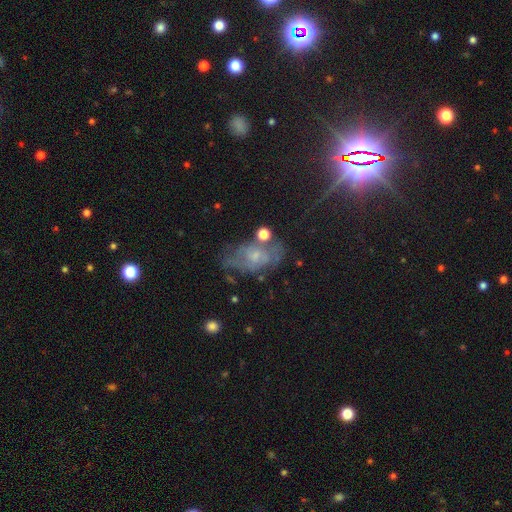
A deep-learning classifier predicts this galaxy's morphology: This appears to be a featured or disk galaxy (58%) with no bar (71%), spiral arms (68%) and a small central bulge (61%). Merging: none (50%).